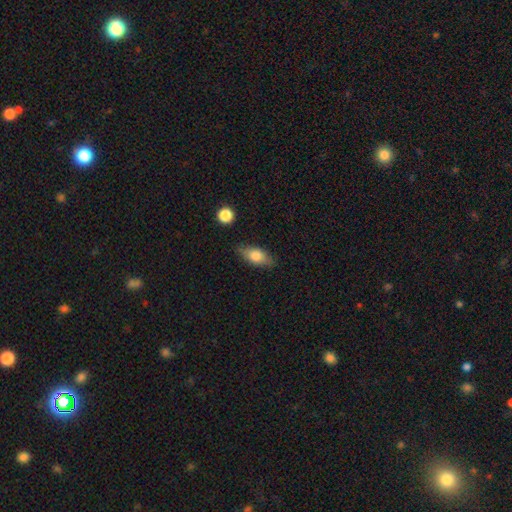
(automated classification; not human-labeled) Smooth or featured?
  - smooth: 72% *
  - featured or disk: 21%
  - star or artifact: 7%
How rounded?
  - in between: 81% *
  - cigar-shaped: 13%
  - round: 6%
Merging?
  - none: 78% *
  - minor disturbance: 16%
  - major disturbance: 4%
  - merger: 2%